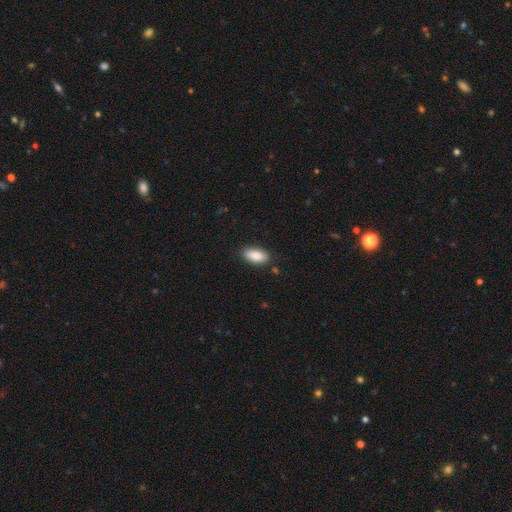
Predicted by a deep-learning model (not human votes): Smooth or featured? smooth (87%)
How rounded? in between (88%)
Merging? none (86%)